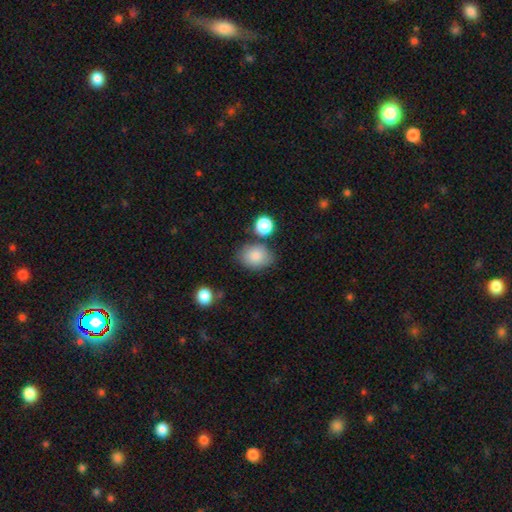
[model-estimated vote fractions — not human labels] smooth_or_featured: smooth (p=0.85) [alt: star or artifact p=0.08]
how_rounded: in between (p=0.68) [alt: round p=0.31]
merging: none (p=0.67) [alt: minor disturbance p=0.19]